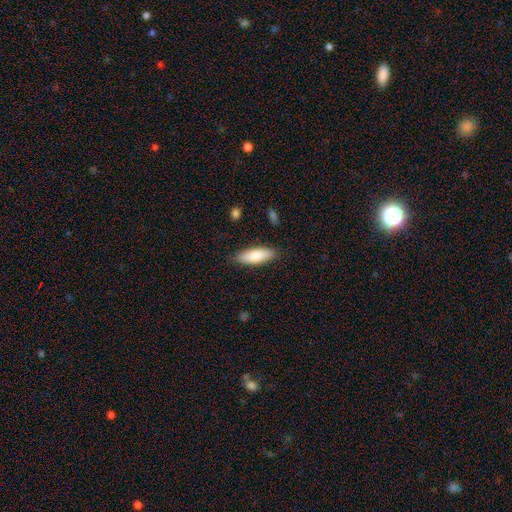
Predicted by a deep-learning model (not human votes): Smooth or featured? smooth (81%)
How rounded? in between (64%)
Merging? none (86%)